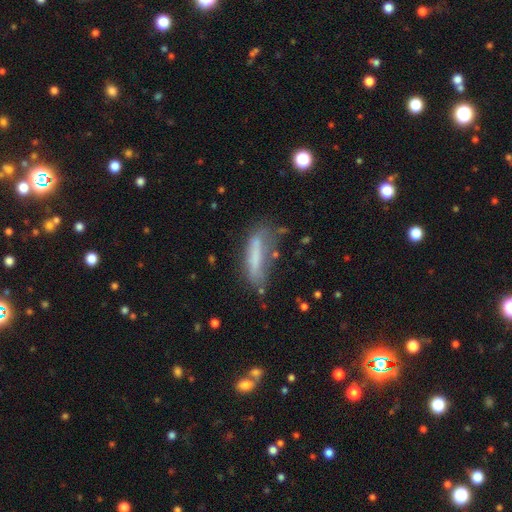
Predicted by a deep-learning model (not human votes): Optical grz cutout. It shows a smooth galaxy with no disk features (62%) that is cigar-shaped (70%). Merging: none (50%).